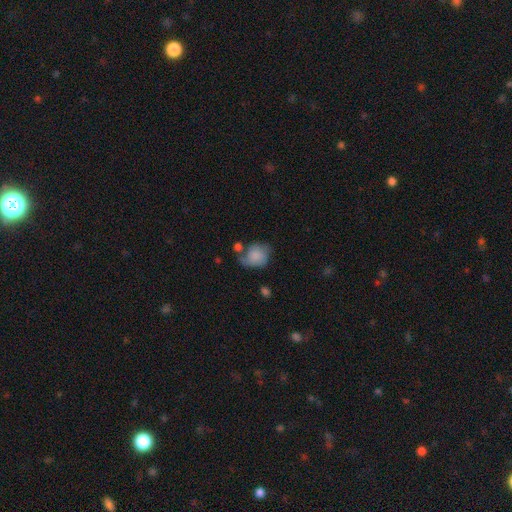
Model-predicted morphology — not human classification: smooth-or-featured: smooth: 72% | featured or disk: 19% | star or artifact: 8%
  how-rounded: round: 54% | in between: 45% | cigar-shaped: 1%
  merging: none: 35% | minor disturbance: 30% | major disturbance: 21% | merger: 14%